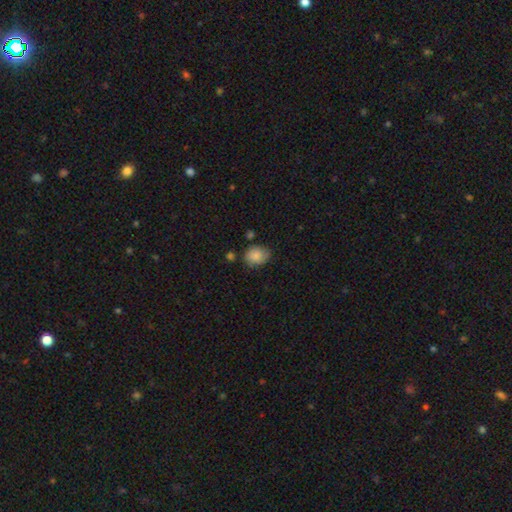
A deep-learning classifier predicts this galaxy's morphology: type=smooth (84%); roundness=in between (57%); merging=none (67%).